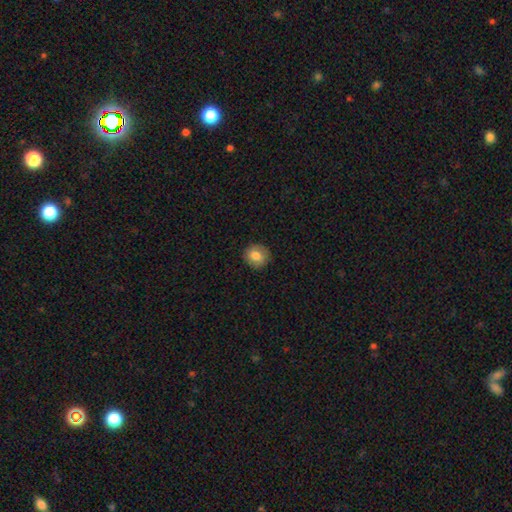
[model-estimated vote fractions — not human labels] The model was most divided on "smooth or featured": smooth: 80%, featured or disk: 11%, star or artifact: 9%. More confident: how rounded — round (90%); merging — none (89%).